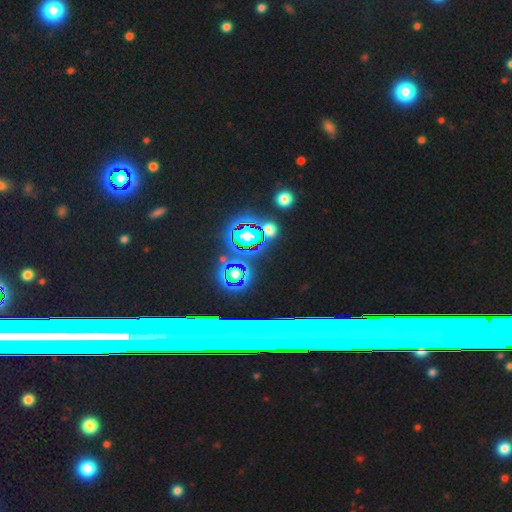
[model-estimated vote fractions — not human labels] Smooth or featured? star or artifact (69%)